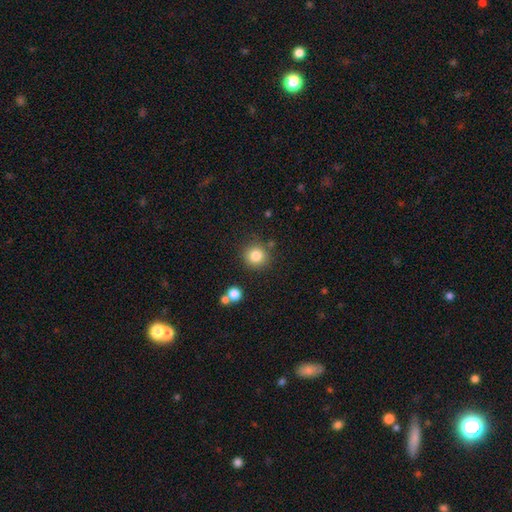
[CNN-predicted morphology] Smooth or featured? smooth (83%)
How rounded? round (92%)
Merging? none (83%)